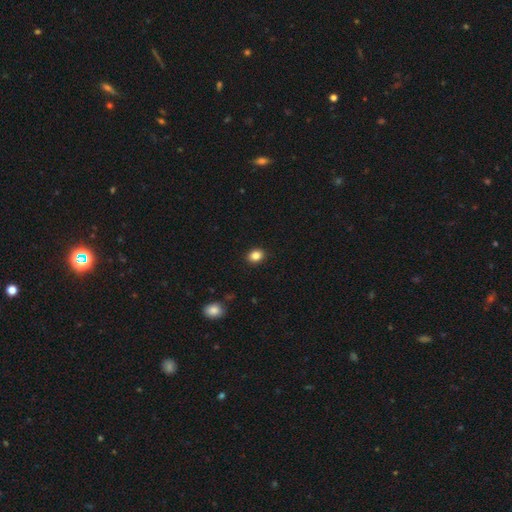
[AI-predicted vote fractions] smooth-or-featured: smooth: 85% | star or artifact: 10% | featured or disk: 5%
  how-rounded: round: 52% | in between: 47% | cigar-shaped: 1%
  merging: none: 91% | minor disturbance: 7% | major disturbance: 2% | merger: 1%